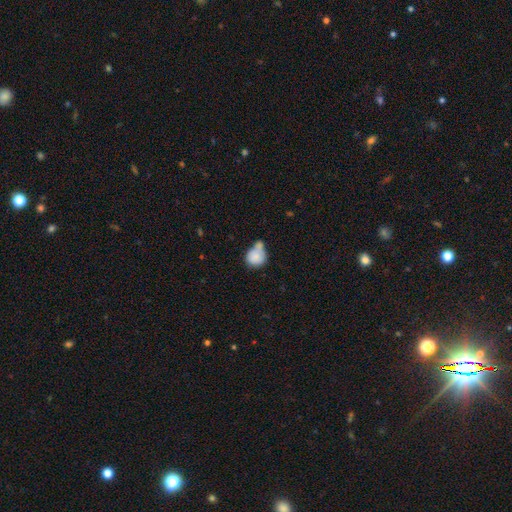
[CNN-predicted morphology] smooth_or_featured: smooth (p=0.80) [alt: featured or disk p=0.12]
how_rounded: round (p=0.74) [alt: in between p=0.25]
merging: merger (p=0.42) [alt: none p=0.29]